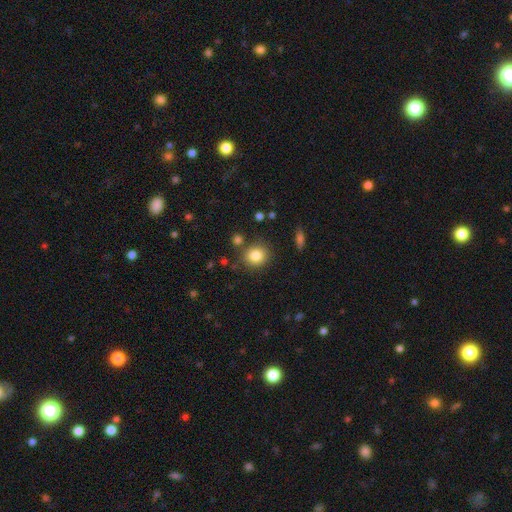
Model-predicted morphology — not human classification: Q: Smooth or featured?
A: smooth (83%); runner-up: star or artifact (10%)
Q: How rounded?
A: round (82%); runner-up: in between (17%)
Q: Merging?
A: none (82%); runner-up: minor disturbance (9%)